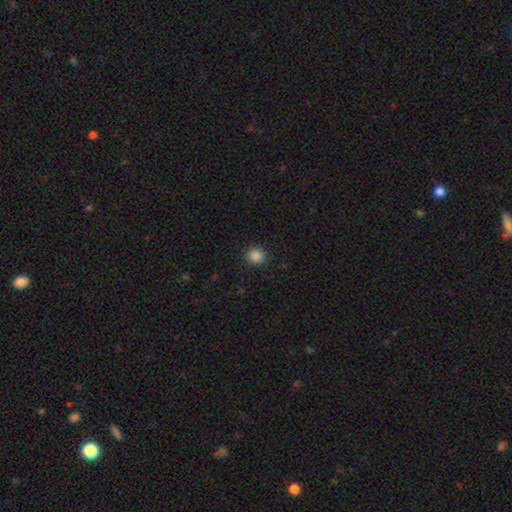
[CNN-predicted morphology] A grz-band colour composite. It shows a smooth galaxy with no disk features (87%) that is round (87%). Merging: none (91%).